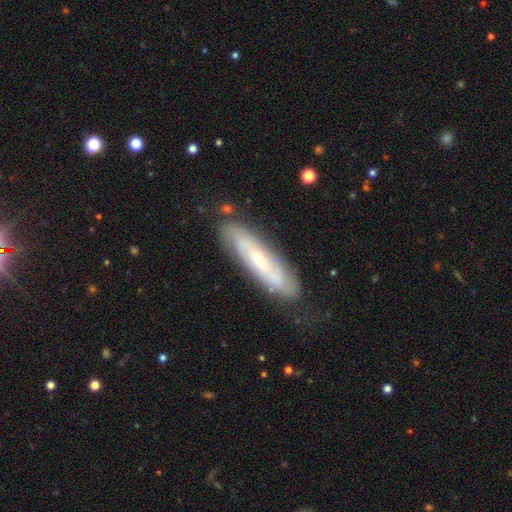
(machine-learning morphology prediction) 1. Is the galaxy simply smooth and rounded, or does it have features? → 66% featured or disk, 27% smooth, 7% star or artifact.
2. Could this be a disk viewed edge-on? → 66% no, 34% yes.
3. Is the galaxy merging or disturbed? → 77% none, 16% minor disturbance, 4% major disturbance, 2% merger.